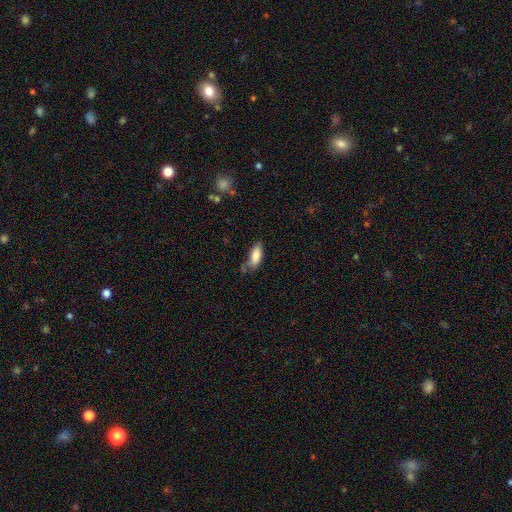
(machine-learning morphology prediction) A smooth galaxy with no disk features (85%) that is in between round and cigar-shaped (82%).

Vote fractions:
- Smooth or featured? smooth: 85% / featured or disk: 8% / star or artifact: 7%
- How rounded? in between: 82% / cigar-shaped: 16% / round: 2%
- Merging? none: 51% / minor disturbance: 32% / major disturbance: 11% / merger: 6%